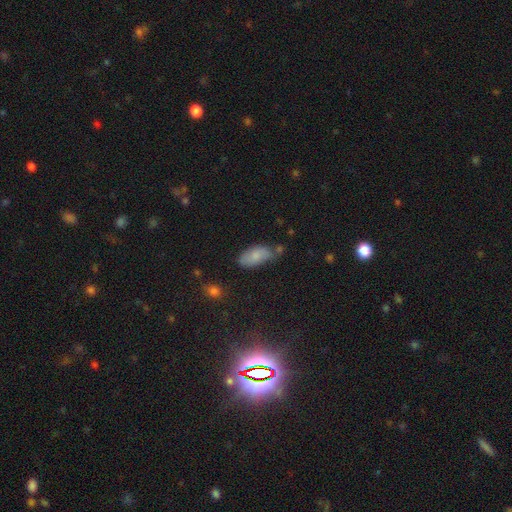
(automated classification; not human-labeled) smooth 76%, featured or disk 15%, star or artifact 8%. Down the decision tree: how rounded — in between (90%); merging — none (55%).